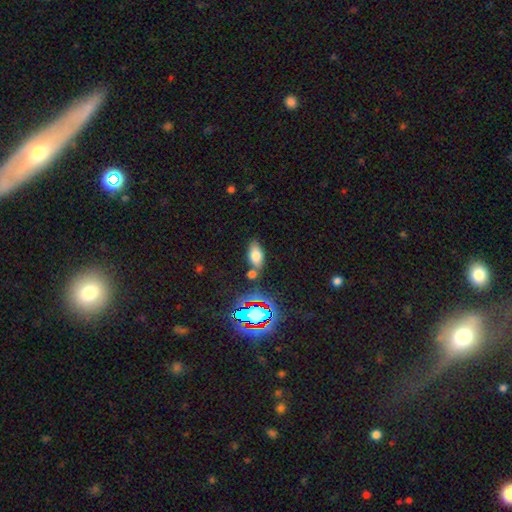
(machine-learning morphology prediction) This is likely a smooth galaxy (71%). How rounded: clearly in between (89%). Merging: likely none (70%).